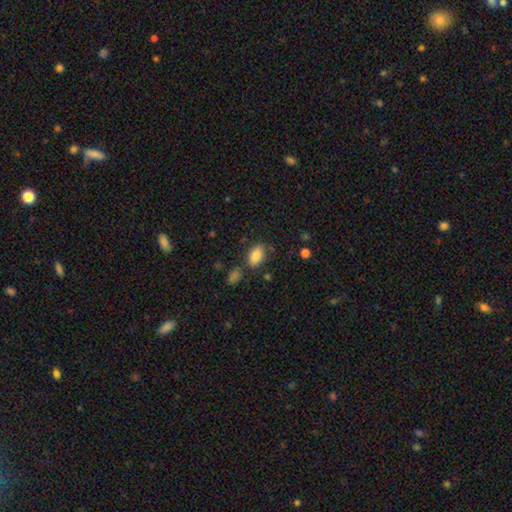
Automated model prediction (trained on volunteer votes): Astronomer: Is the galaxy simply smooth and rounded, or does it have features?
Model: smooth — 86%.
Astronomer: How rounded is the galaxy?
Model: in between — 91%.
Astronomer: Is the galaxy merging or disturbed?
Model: none — 73%.